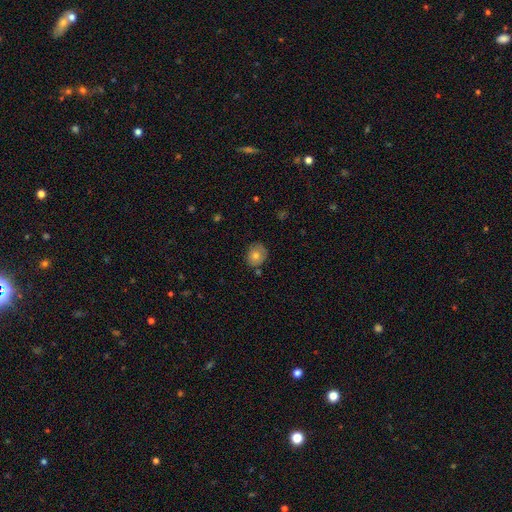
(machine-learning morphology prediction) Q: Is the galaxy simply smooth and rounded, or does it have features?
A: smooth — 73%.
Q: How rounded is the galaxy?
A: round — 70%.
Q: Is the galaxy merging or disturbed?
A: none — 75%.